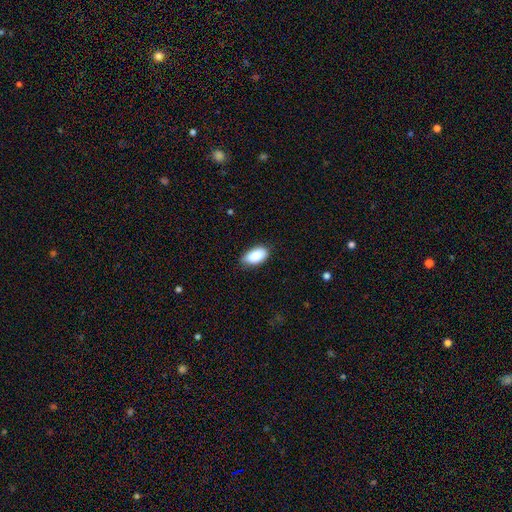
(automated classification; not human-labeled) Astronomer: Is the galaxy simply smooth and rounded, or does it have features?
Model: smooth — 89%.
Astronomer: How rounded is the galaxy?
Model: in between — 94%.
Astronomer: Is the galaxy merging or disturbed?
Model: none — 79%.